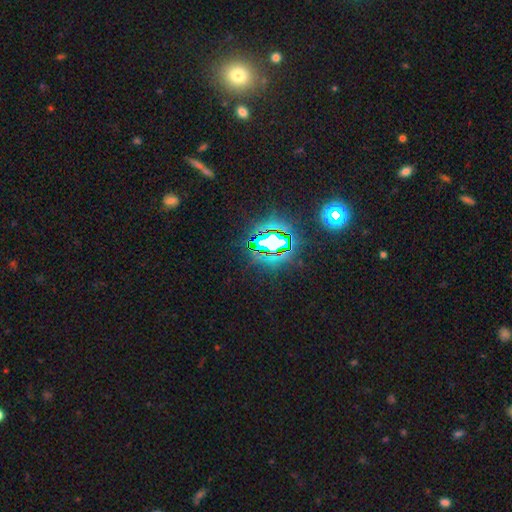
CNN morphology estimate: Overall: star or artifact (82%).